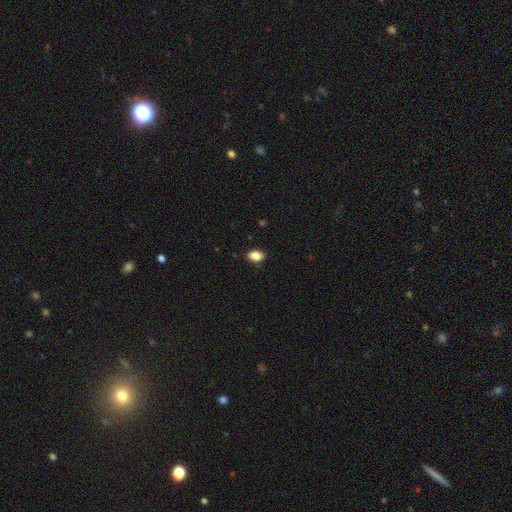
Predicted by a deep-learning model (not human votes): Smooth or featured? Predicted: smooth (p=0.87). How rounded? Predicted: in between (p=0.84). Merging? Predicted: none (p=0.88).